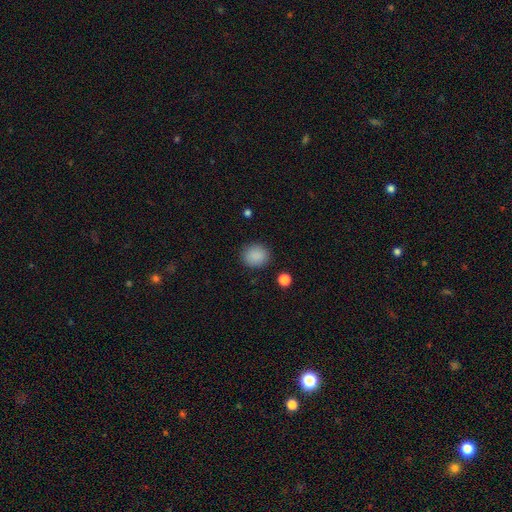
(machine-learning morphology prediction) Q: Smooth or featured?
A: smooth (88%); runner-up: star or artifact (9%)
Q: How rounded?
A: round (79%); runner-up: in between (20%)
Q: Merging?
A: none (88%); runner-up: minor disturbance (8%)